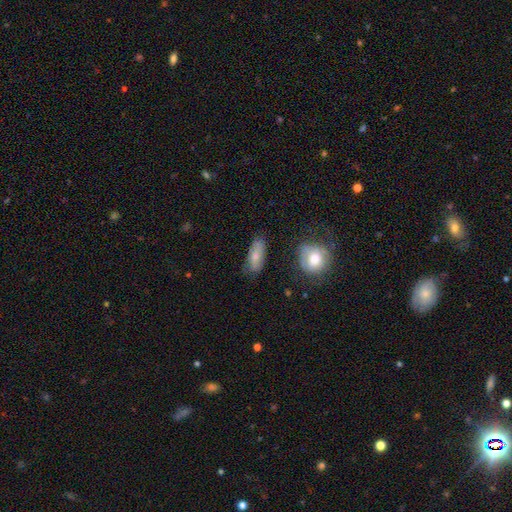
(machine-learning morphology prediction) A smooth galaxy with no disk features (68%) that is in between round and cigar-shaped (79%). Merging: none (70%).